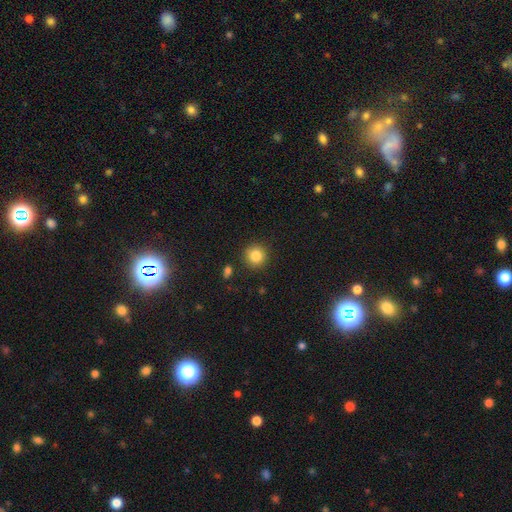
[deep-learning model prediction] Morphology: type=smooth (84%); roundness=round (93%); merging=none (89%).